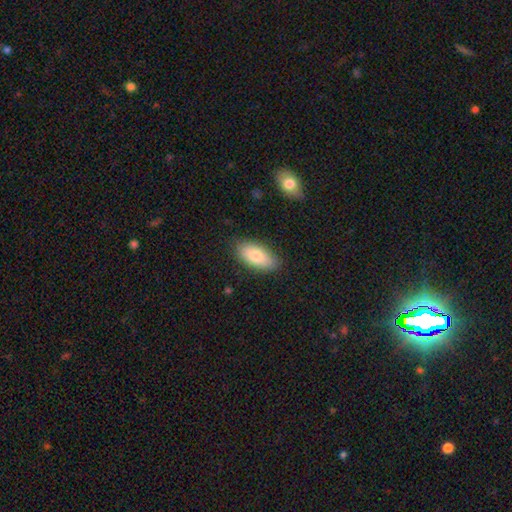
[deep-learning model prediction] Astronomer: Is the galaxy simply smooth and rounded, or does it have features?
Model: smooth — 79%.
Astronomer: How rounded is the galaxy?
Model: in between — 92%.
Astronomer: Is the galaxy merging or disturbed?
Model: none — 84%.